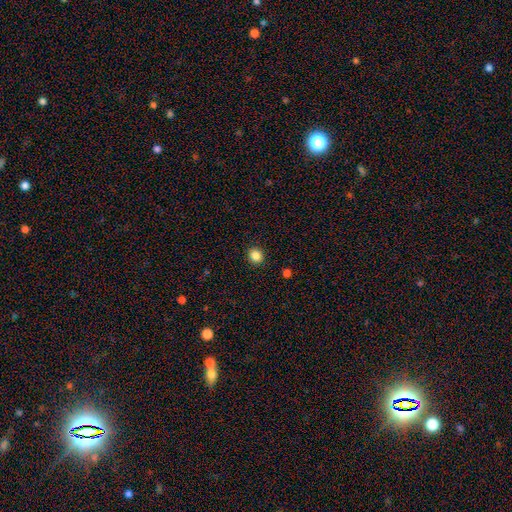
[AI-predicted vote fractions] Q: Smooth or featured?
A: smooth (85%); runner-up: star or artifact (11%)
Q: How rounded?
A: round (82%); runner-up: in between (17%)
Q: Merging?
A: none (92%); runner-up: minor disturbance (5%)